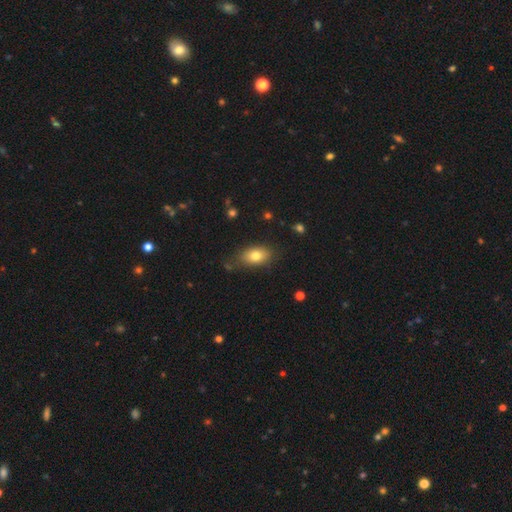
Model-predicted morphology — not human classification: Smooth or featured? Predicted: smooth (p=0.79). How rounded? Predicted: in between (p=0.87). Merging? Predicted: none (p=0.75).